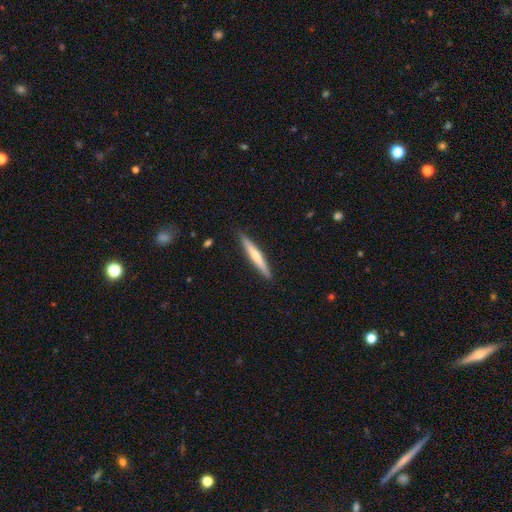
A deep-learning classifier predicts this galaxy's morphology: This is possibly a smooth galaxy (52%). How rounded: clearly cigar-shaped (95%). Merging: clearly none (90%).